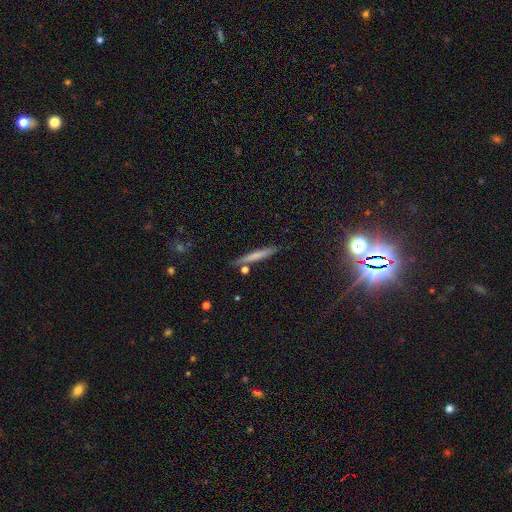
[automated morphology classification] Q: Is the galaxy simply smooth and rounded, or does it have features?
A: smooth — 62%.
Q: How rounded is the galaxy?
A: cigar-shaped — 95%.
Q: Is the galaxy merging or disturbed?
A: none — 83%.